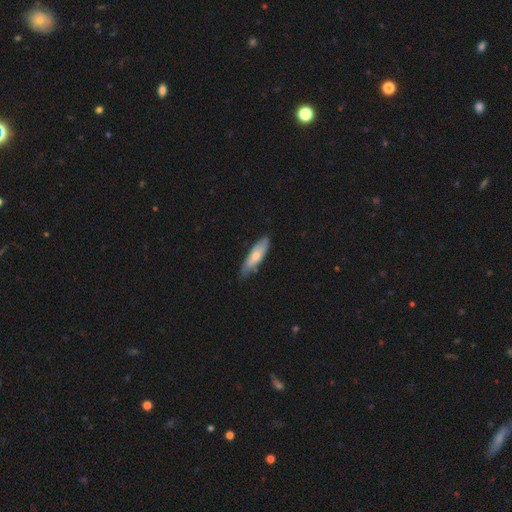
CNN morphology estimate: The model was most divided on "how rounded": cigar-shaped: 57%, in between: 41%, round: 2%. More confident: merging — none (73%); smooth or featured — smooth (64%).